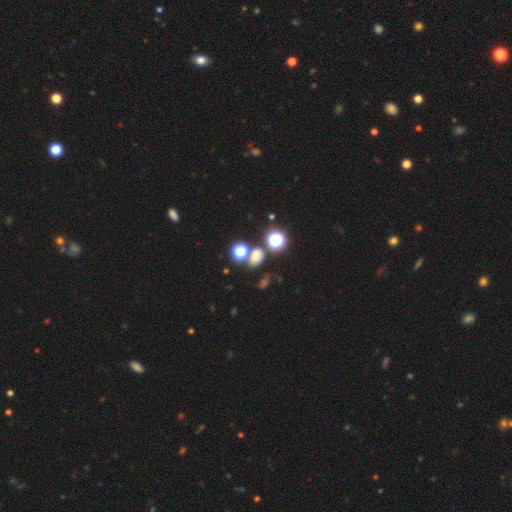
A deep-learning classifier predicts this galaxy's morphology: Q: Smooth or featured?
A: smooth (55%); runner-up: star or artifact (36%)
Q: How rounded?
A: round (54%); runner-up: in between (45%)
Q: Merging?
A: none (62%); runner-up: merger (21%)